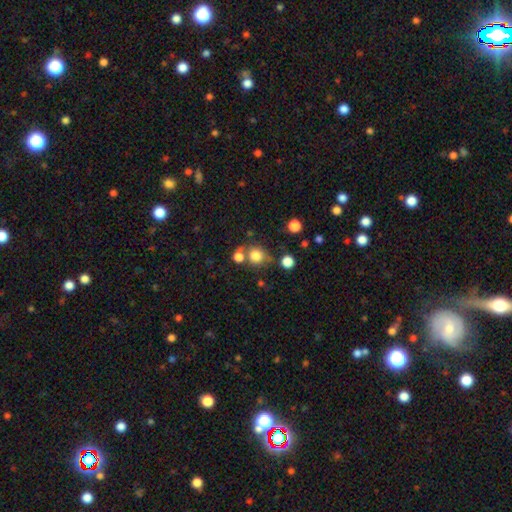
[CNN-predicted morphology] Smooth or featured: smooth — 79% (star or artifact — 13%)
How rounded: round — 88% (in between — 11%)
Merging: none — 63% (merger — 21%)